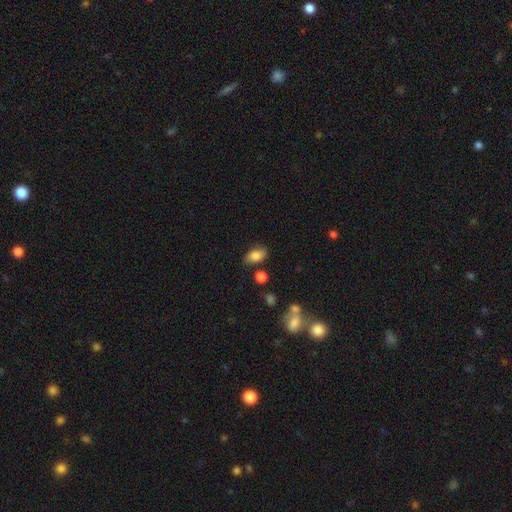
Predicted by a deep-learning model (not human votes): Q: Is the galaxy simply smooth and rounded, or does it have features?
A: smooth — 79%.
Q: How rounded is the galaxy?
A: in between — 88%.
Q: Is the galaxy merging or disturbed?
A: none — 70%.